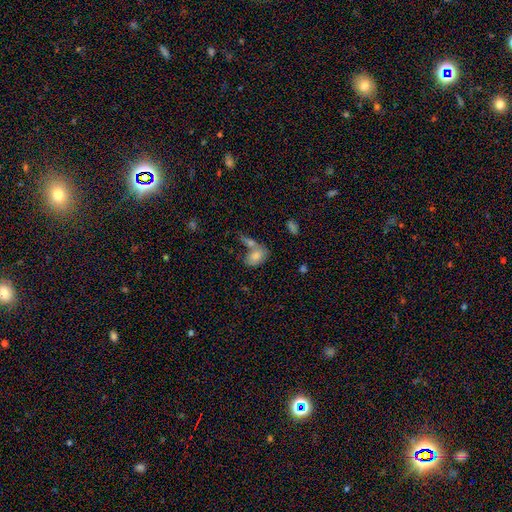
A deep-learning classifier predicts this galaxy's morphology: type=smooth (78%); roundness=in between (86%); merging=merger (43%).